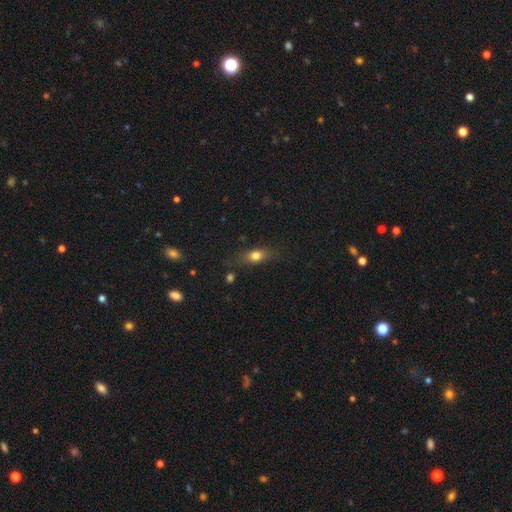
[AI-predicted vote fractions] Smooth or featured: smooth — 72% (featured or disk — 16%)
How rounded: in between — 62% (cigar-shaped — 20%)
Merging: none — 70% (minor disturbance — 19%)